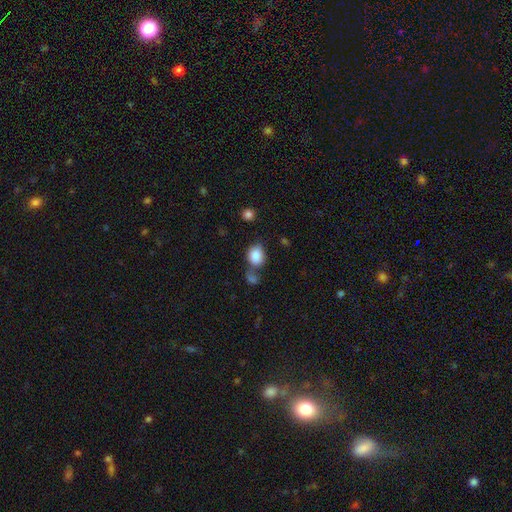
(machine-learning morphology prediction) Overall: smooth (85%). How rounded: round (53%; in between 46%). Merging: none (52%; merger 24%).